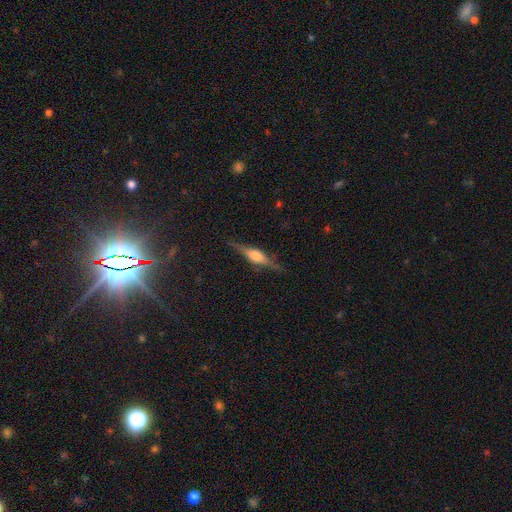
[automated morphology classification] The model was most divided on "smooth or featured": featured or disk: 72%, smooth: 21%, star or artifact: 7%. More confident: edge-on disk — yes (96%); merging — none (85%); edge-on bulge — rounded (82%).